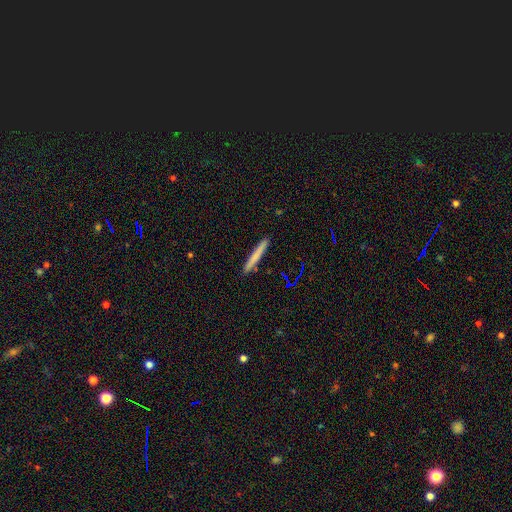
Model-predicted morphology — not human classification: A smooth galaxy with no disk features (71%) that is cigar-shaped (97%). Merging: none (92%).